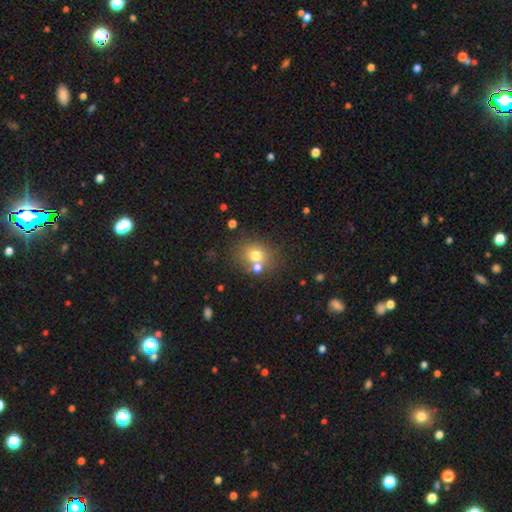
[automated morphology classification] Smooth or featured: smooth — 71% (featured or disk — 15%)
How rounded: round — 64% (in between — 35%)
Merging: none — 62% (merger — 22%)